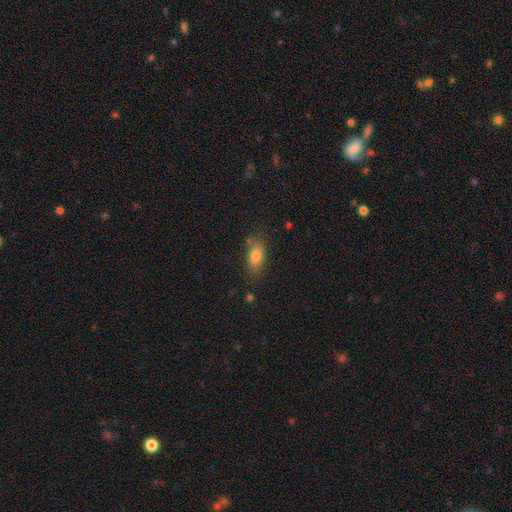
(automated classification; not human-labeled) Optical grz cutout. It shows a smooth galaxy with no disk features (79%) that is in between round and cigar-shaped (84%). Merging: none (77%).